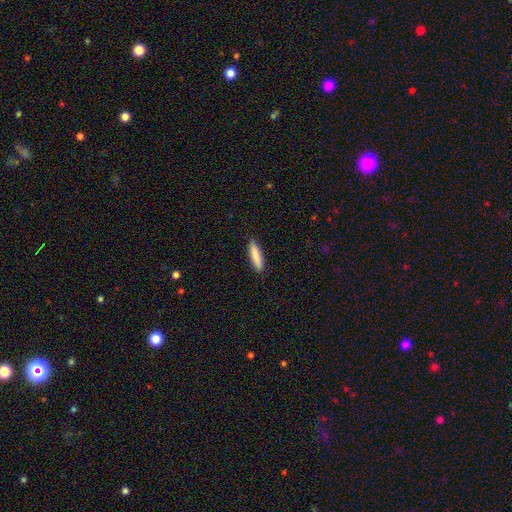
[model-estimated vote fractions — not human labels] A smooth galaxy with no disk features (86%) that is cigar-shaped (78%).

Vote fractions:
- Smooth or featured? smooth: 86% / featured or disk: 8% / star or artifact: 6%
- How rounded? cigar-shaped: 78% / in between: 21% / round: 1%
- Merging? none: 89% / minor disturbance: 8% / major disturbance: 2% / merger: 1%